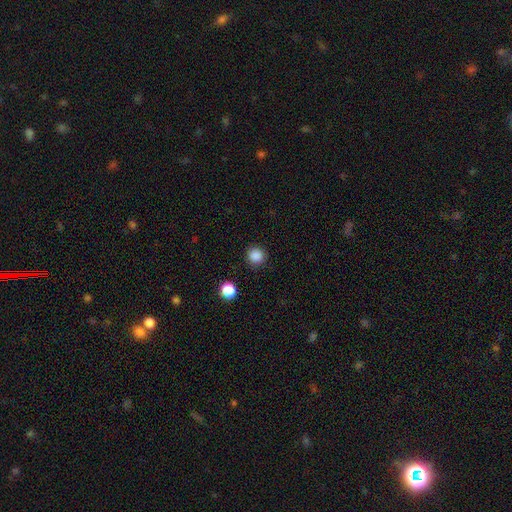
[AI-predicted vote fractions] Morphology: type=smooth (86%); roundness=round (93%); merging=none (90%).